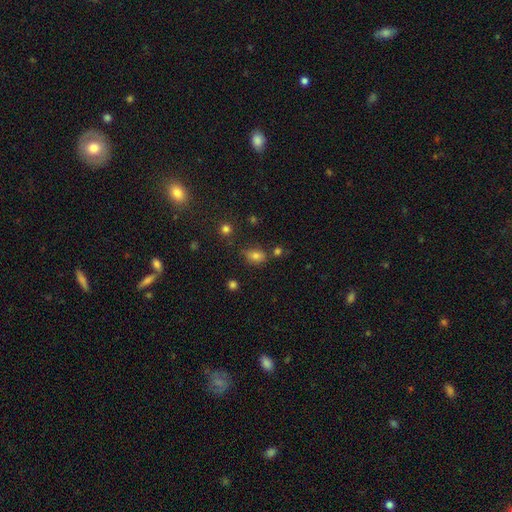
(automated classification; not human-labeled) Smooth or featured?
  - smooth: 76% *
  - star or artifact: 14%
  - featured or disk: 10%
How rounded?
  - in between: 71% *
  - round: 27%
  - cigar-shaped: 2%
Merging?
  - none: 64% *
  - minor disturbance: 21%
  - merger: 9%
  - major disturbance: 6%